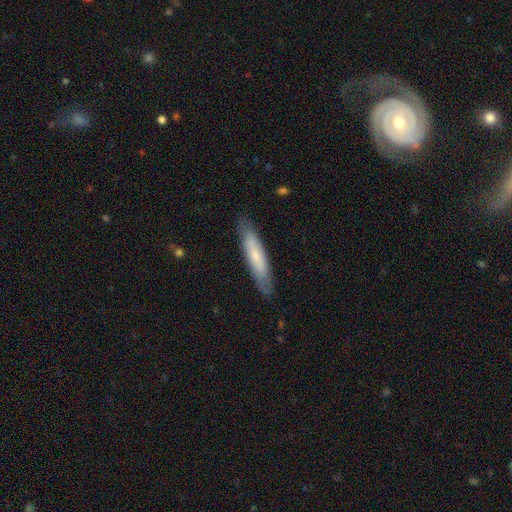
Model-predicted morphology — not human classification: Smooth or featured? Predicted: smooth (p=0.62). How rounded? Predicted: cigar-shaped (p=0.83). Merging? Predicted: none (p=0.85).